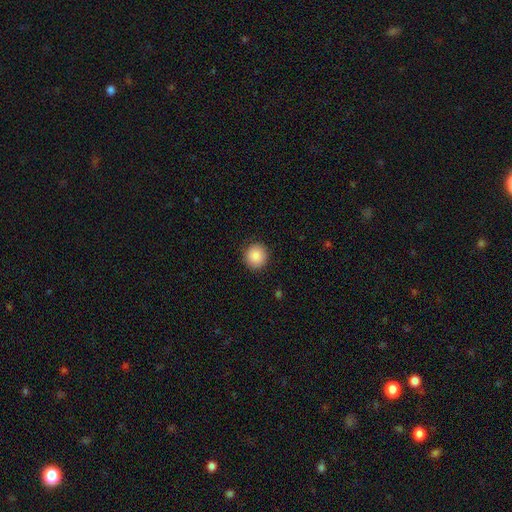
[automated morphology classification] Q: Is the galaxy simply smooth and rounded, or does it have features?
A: smooth — 88%.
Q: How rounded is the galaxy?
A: round — 92%.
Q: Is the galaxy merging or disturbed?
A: none — 89%.